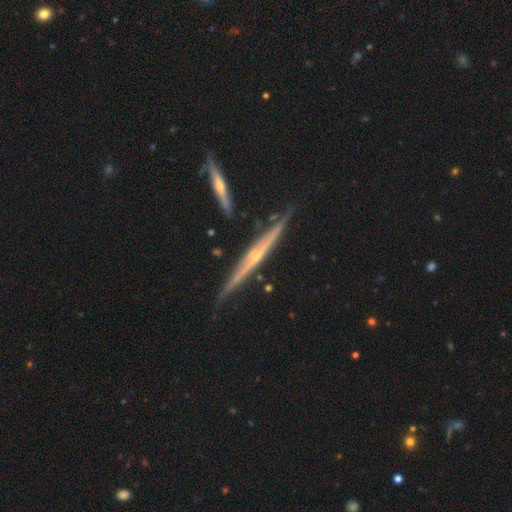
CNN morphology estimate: smooth-or-featured: featured or disk: 81% | smooth: 13% | star or artifact: 6%
  disk-edge-on: yes: 98% | no: 2%
    edge-on-bulge: rounded: 60% | none: 34% | boxy: 6%
  merging: none: 82% | minor disturbance: 12% | merger: 5% | major disturbance: 2%